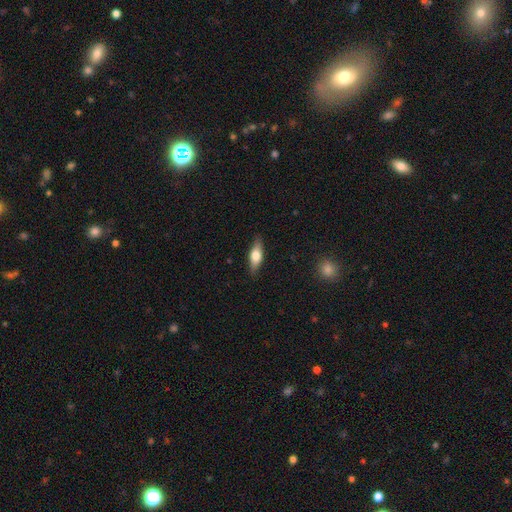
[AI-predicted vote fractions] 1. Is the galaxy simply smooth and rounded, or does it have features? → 57% smooth, 37% featured or disk, 6% star or artifact.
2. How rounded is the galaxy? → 61% in between, 35% cigar-shaped, 4% round.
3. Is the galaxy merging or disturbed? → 86% none, 11% minor disturbance, 2% major disturbance, 1% merger.